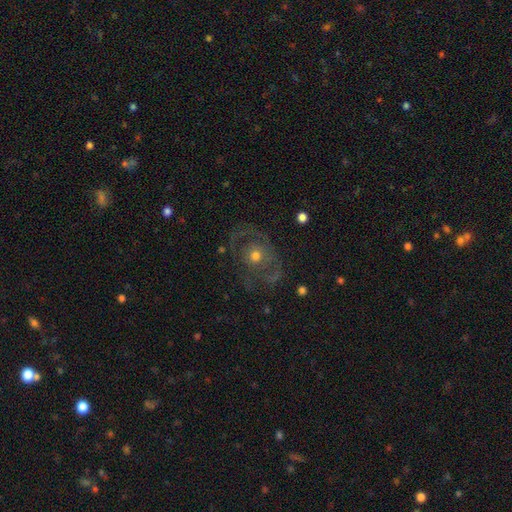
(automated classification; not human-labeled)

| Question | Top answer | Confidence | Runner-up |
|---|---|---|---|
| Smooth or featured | featured or disk | 63% | smooth (28%) |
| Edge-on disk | no | 96% | yes (4%) |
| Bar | no | 86% | weak (11%) |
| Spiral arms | no | 52% | yes (48%) |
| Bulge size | moderate | 64% | small (29%) |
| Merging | none | 60% | major disturbance (20%) |